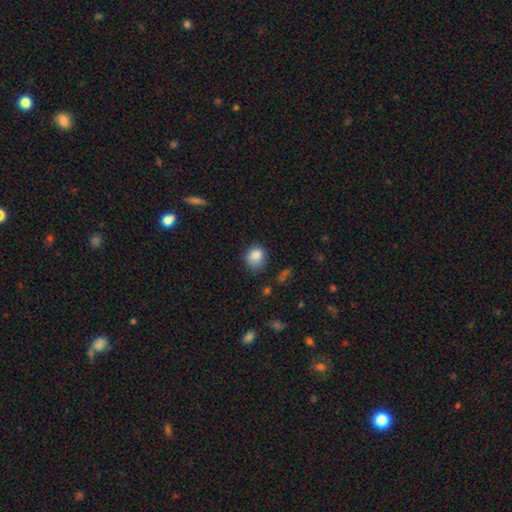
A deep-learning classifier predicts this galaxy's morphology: A smooth galaxy with no disk features (85%) that is round (70%).

Vote fractions:
- Smooth or featured? smooth: 85% / star or artifact: 10% / featured or disk: 6%
- How rounded? round: 70% / in between: 29% / cigar-shaped: 1%
- Merging? none: 65% / minor disturbance: 26% / major disturbance: 7% / merger: 3%